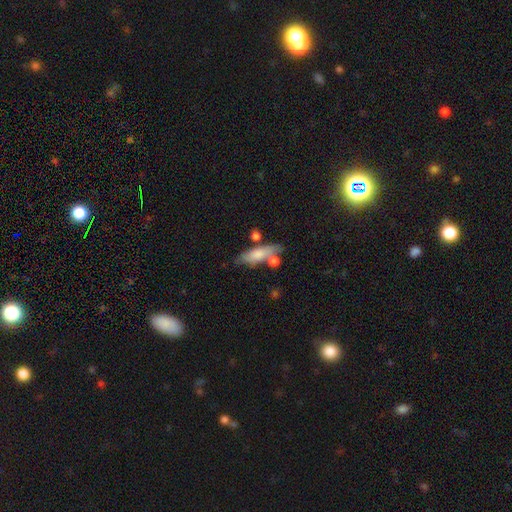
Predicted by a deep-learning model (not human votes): Smooth or featured? smooth (62%)
How rounded? in between (49%)
Merging? none (58%)